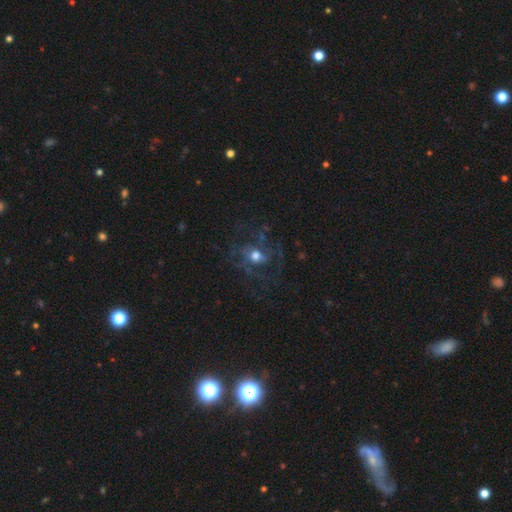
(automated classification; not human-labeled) A featured or disk galaxy (59%) with no bar (69%), spiral arms (56%) and a moderate central bulge (67%). Merging: none (56%).